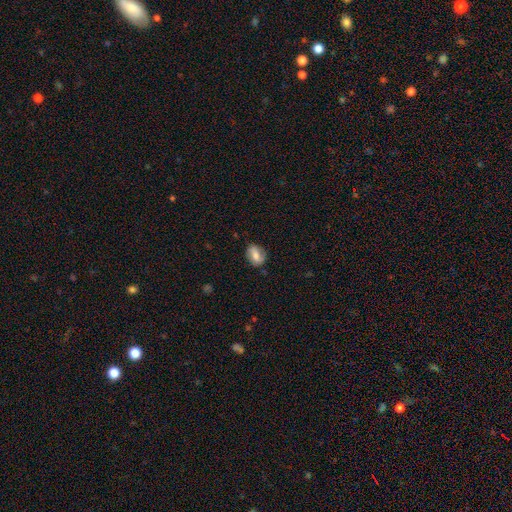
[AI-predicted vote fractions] Smooth or featured?
  - smooth: 50% *
  - featured or disk: 42%
  - star or artifact: 8%
How rounded?
  - in between: 67% *
  - round: 30%
  - cigar-shaped: 2%
Merging?
  - none: 75% *
  - minor disturbance: 18%
  - major disturbance: 5%
  - merger: 1%